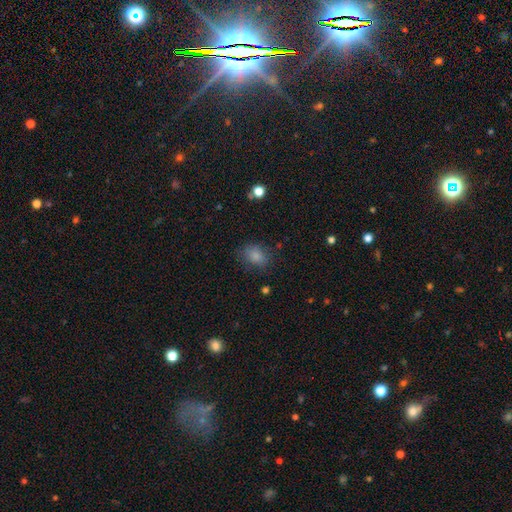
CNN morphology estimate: type=smooth (84%); roundness=in between (71%); merging=none (77%).